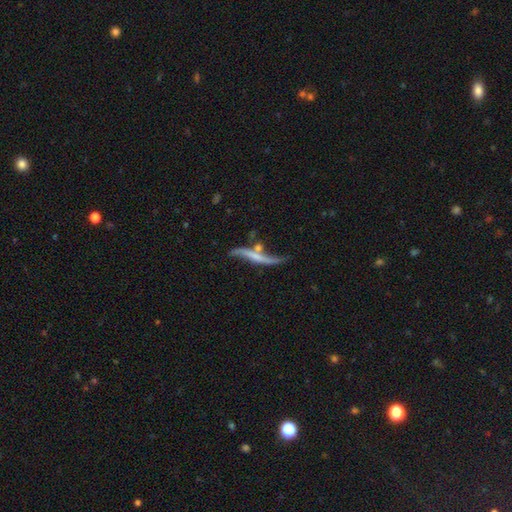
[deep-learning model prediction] A featured or disk galaxy (69%). Merging: none (38%).